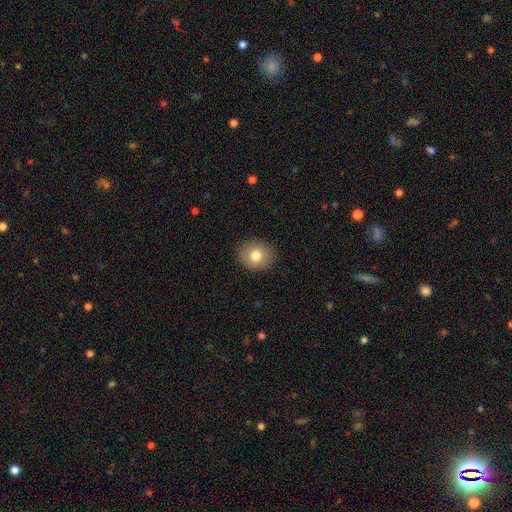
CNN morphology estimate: The model was most divided on "how rounded": round: 72%, in between: 27%, cigar-shaped: 1%. More confident: merging — none (89%); smooth or featured — smooth (78%).